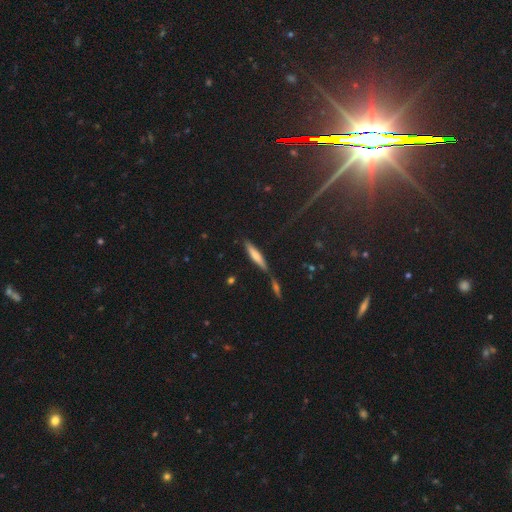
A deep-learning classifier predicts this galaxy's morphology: Smooth or featured: smooth — 59% (featured or disk — 32%)
How rounded: cigar-shaped — 84% (in between — 14%)
Merging: none — 70% (minor disturbance — 14%)